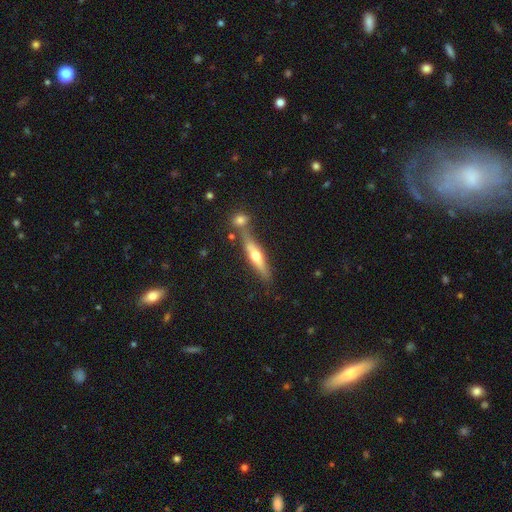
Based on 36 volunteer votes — Morphology: type=smooth (53%); roundness=cigar-shaped (100%); merging=none (59%).